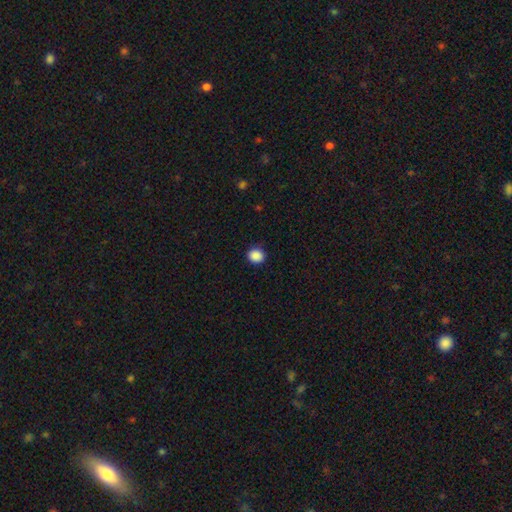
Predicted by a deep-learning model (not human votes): A smooth galaxy with no disk features (89%) that is round (81%).

Vote fractions:
- Smooth or featured? smooth: 89% / star or artifact: 9% / featured or disk: 2%
- How rounded? round: 81% / in between: 18% / cigar-shaped: 1%
- Merging? none: 89% / minor disturbance: 8% / major disturbance: 2% / merger: 1%